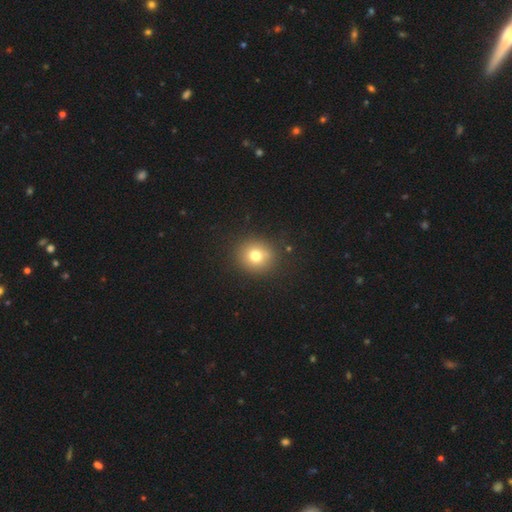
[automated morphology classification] This is likely a smooth galaxy (75%). How rounded: clearly round (84%). Merging: clearly none (87%).